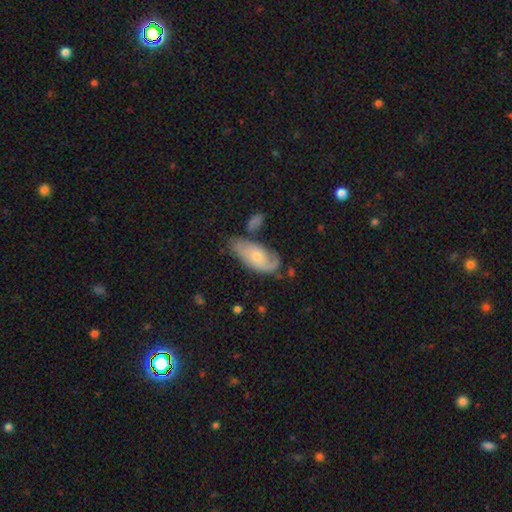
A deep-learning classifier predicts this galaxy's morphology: A featured or disk galaxy (53%).

Vote fractions:
- Smooth or featured? featured or disk: 53% / smooth: 40% / star or artifact: 6%
- Edge-on disk? no: 90% / yes: 10%
- Merging? none: 49% / minor disturbance: 30% / major disturbance: 15% / merger: 7%